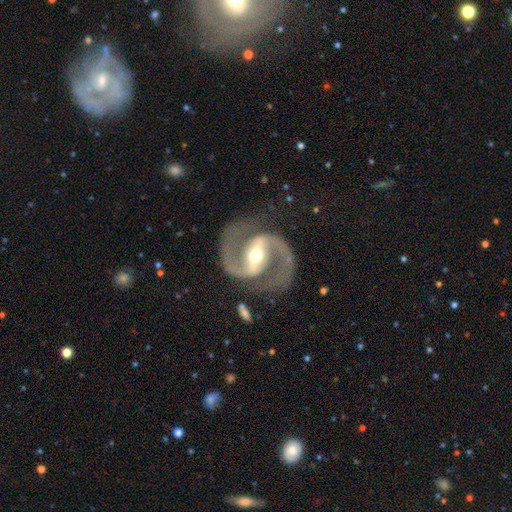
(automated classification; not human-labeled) Smooth or featured? featured or disk (94%)
Edge-on disk? no (98%)
Bar? strong (66%)
Spiral arms? yes (98%)
Spiral winding? medium (67%)
Spiral arm count? 2 (95%)
Bulge size? moderate (62%)
Merging? none (82%)